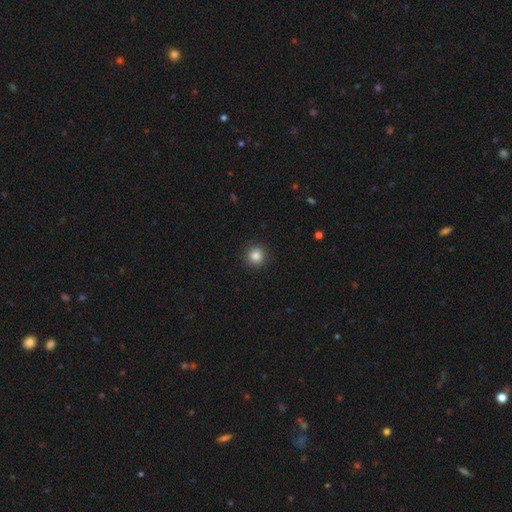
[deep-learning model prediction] smooth 84%, star or artifact 11%, featured or disk 5%. Down the decision tree: how rounded — round (95%); merging — none (92%).